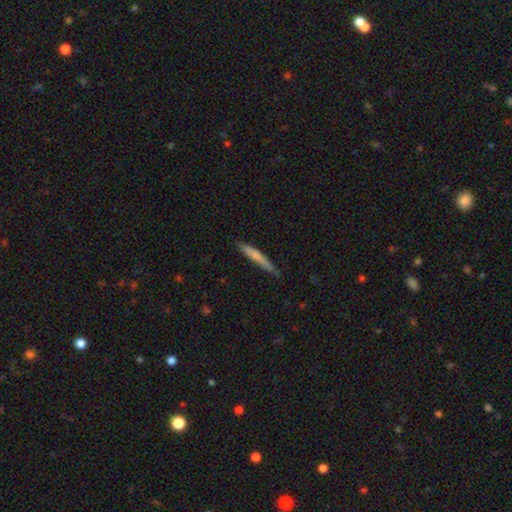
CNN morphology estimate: Smooth or featured?
  - smooth: 68% *
  - featured or disk: 26%
  - star or artifact: 6%
How rounded?
  - cigar-shaped: 95% *
  - in between: 4%
  - round: 1%
Merging?
  - none: 80% *
  - minor disturbance: 16%
  - major disturbance: 2%
  - merger: 2%